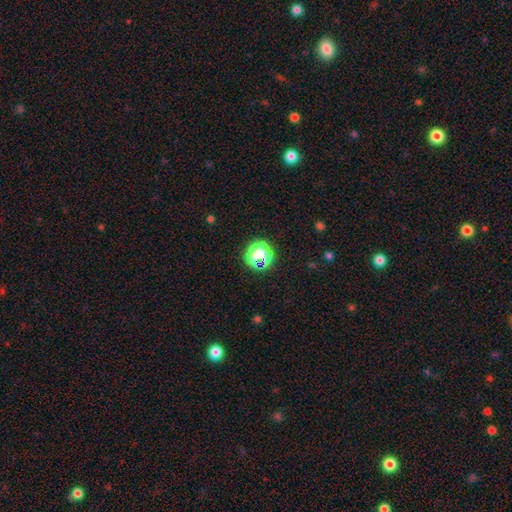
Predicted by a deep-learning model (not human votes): A smooth galaxy with no disk features (51%) that is round (85%). Merging: none (77%).